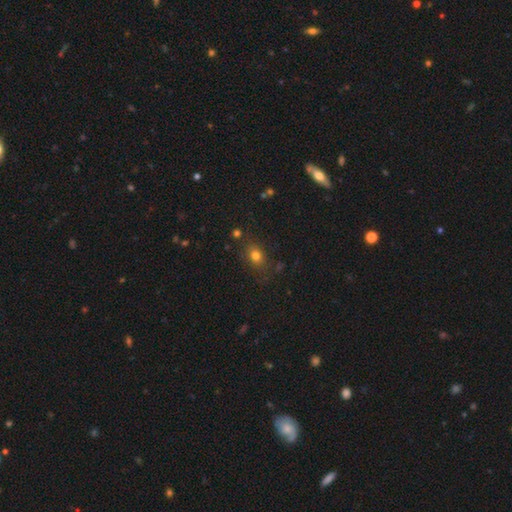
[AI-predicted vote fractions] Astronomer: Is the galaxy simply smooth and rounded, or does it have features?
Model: smooth — 76%.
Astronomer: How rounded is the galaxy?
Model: in between — 59% (runner-up: round, 39%).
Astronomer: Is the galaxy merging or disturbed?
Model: none — 77%.